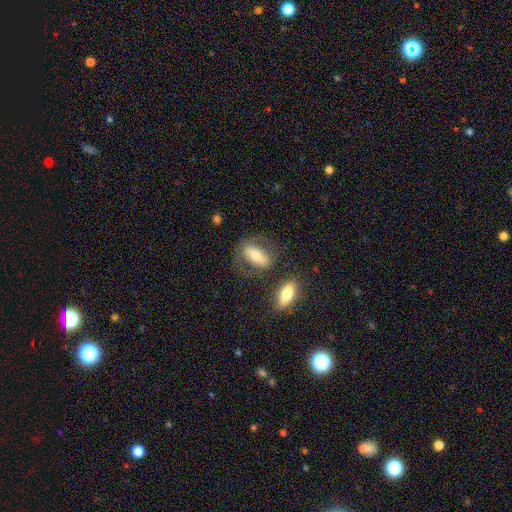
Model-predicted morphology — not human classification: smooth 52%, featured or disk 40%, star or artifact 8%. Down the decision tree: how rounded — in between (75%); merging — none (64%).